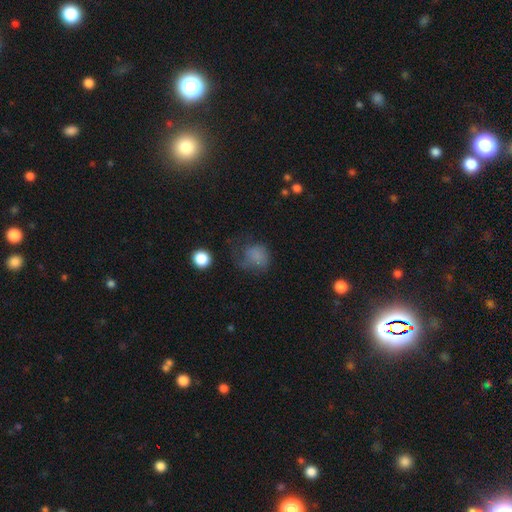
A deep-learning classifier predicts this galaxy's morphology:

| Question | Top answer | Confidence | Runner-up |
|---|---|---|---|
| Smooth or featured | smooth | 72% | featured or disk (14%) |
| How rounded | round | 65% | in between (34%) |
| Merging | major disturbance | 37% | none (35%) |